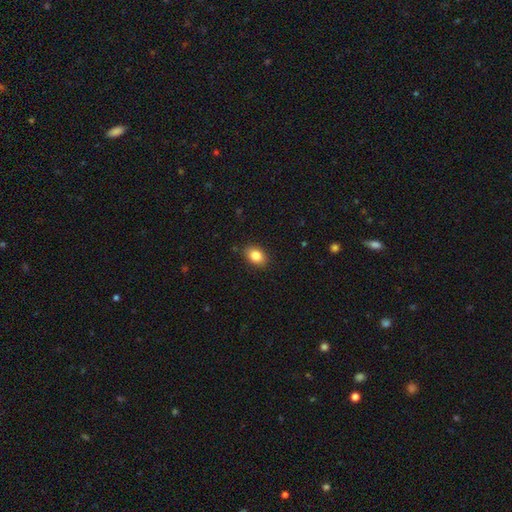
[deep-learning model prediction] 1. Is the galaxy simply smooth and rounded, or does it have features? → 84% smooth, 8% star or artifact, 7% featured or disk.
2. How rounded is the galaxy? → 80% in between, 19% round, 1% cigar-shaped.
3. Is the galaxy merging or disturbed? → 88% none, 9% minor disturbance, 2% major disturbance, 1% merger.